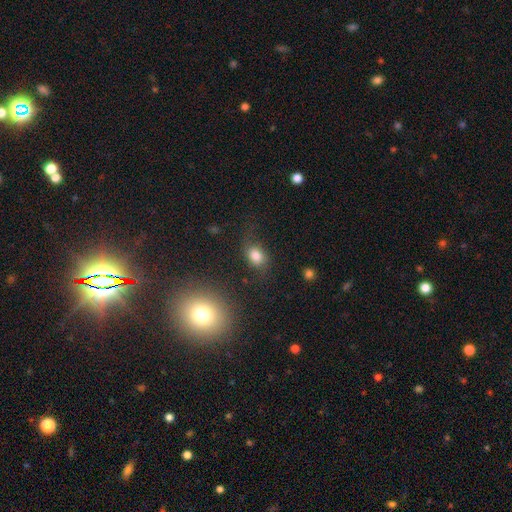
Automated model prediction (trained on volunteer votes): The model was most divided on "how rounded": in between: 66%, round: 33%, cigar-shaped: 2%. More confident: smooth or featured — smooth (75%); merging — none (58%).